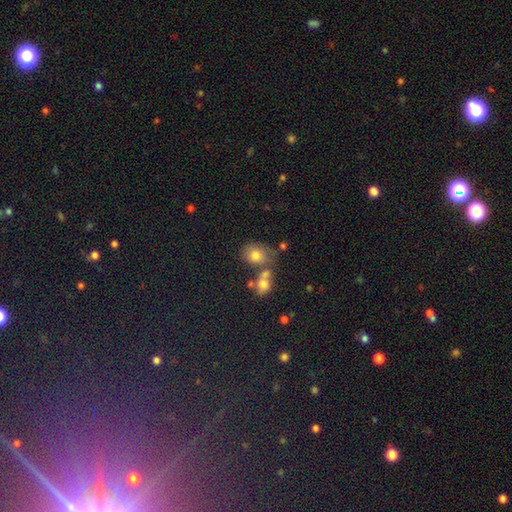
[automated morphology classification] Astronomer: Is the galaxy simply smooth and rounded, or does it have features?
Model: smooth — 76%.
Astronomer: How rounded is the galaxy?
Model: in between — 50% (runner-up: round, 49%).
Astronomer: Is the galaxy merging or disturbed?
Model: none — 46% (runner-up: merger, 30%).